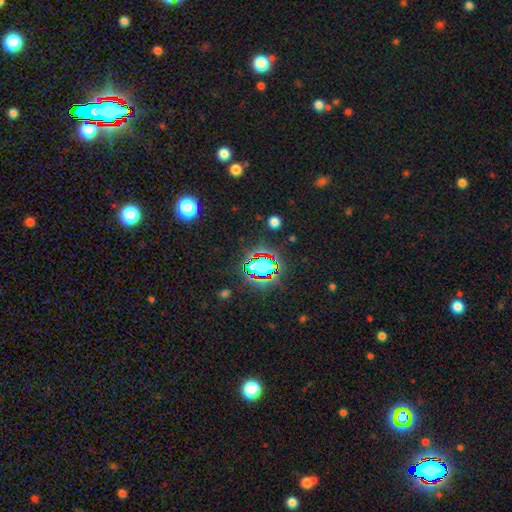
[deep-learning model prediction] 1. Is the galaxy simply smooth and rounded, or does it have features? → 73% star or artifact, 17% smooth, 9% featured or disk.